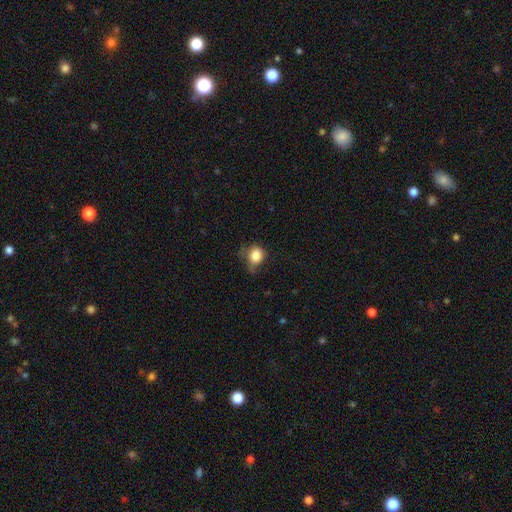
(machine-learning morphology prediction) This appears to be a smooth galaxy with no disk features (82%) that is round (70%). Merging: none (50%).